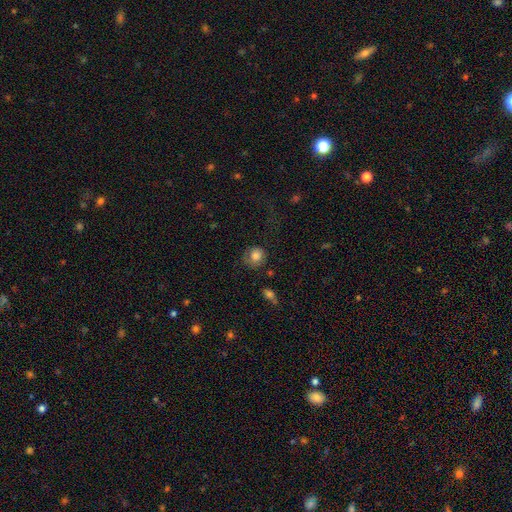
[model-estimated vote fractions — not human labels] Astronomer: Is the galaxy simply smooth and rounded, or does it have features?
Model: smooth — 79%.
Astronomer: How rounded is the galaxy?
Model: round — 80%.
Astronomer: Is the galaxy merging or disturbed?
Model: none — 56%.